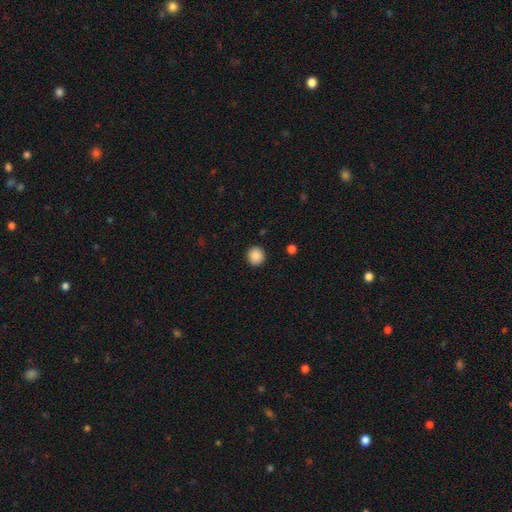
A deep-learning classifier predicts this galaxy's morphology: Smooth or featured? Predicted: smooth (p=0.88). How rounded? Predicted: round (p=0.92). Merging? Predicted: none (p=0.92).